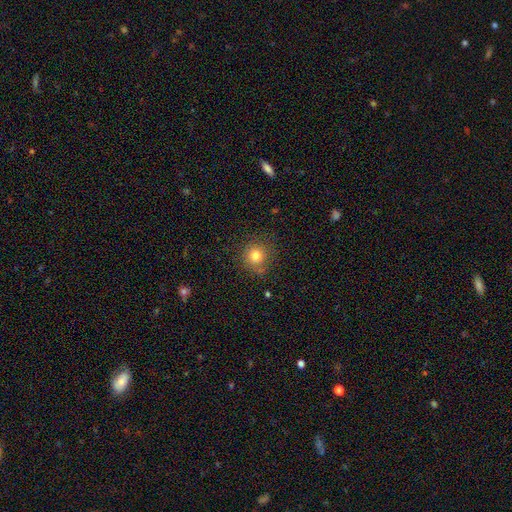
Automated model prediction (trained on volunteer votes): Smooth or featured? Predicted: smooth (p=0.78). How rounded? Predicted: round (p=0.92). Merging? Predicted: none (p=0.81).